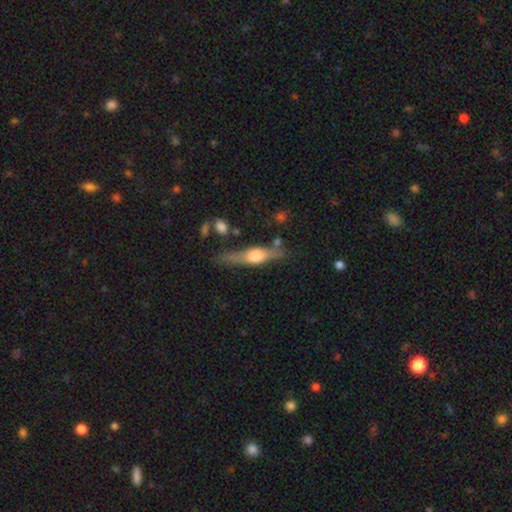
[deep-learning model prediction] The model was most divided on "smooth or featured": featured or disk: 67%, smooth: 27%, star or artifact: 6%. More confident: edge-on disk — yes (94%); edge-on bulge — rounded (90%); merging — none (75%).